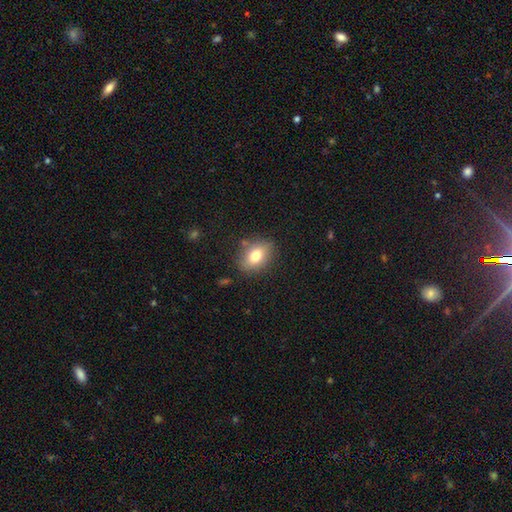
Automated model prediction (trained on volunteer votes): This appears to be a smooth galaxy with no disk features (76%) that is in between round and cigar-shaped (70%). Merging: none (80%).